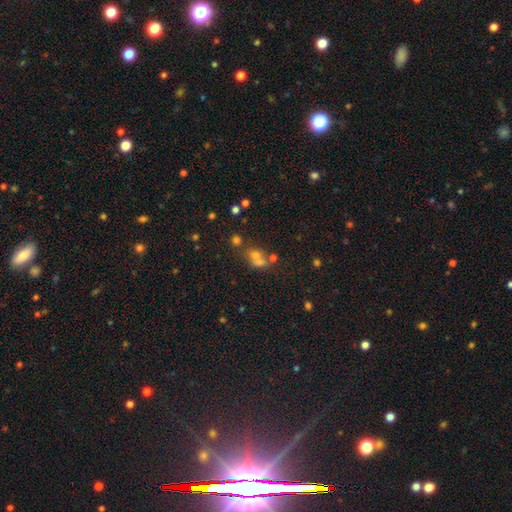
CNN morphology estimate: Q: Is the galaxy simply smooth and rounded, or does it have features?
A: smooth — 50%.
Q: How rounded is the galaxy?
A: round — 73%.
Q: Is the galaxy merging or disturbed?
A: merger — 48%.